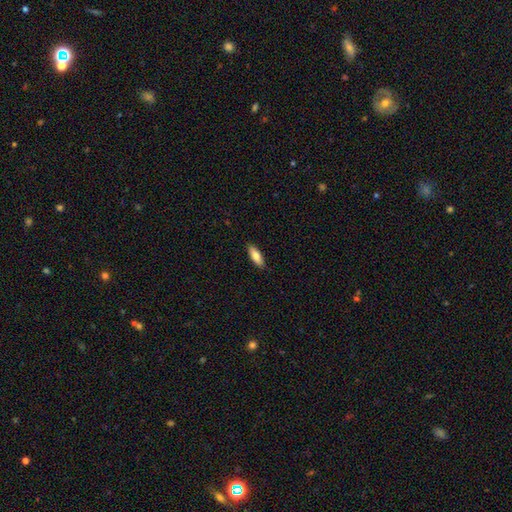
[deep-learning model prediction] Smooth or featured? Predicted: smooth (p=0.78). How rounded? Predicted: in between (p=0.65). Merging? Predicted: none (p=0.89).